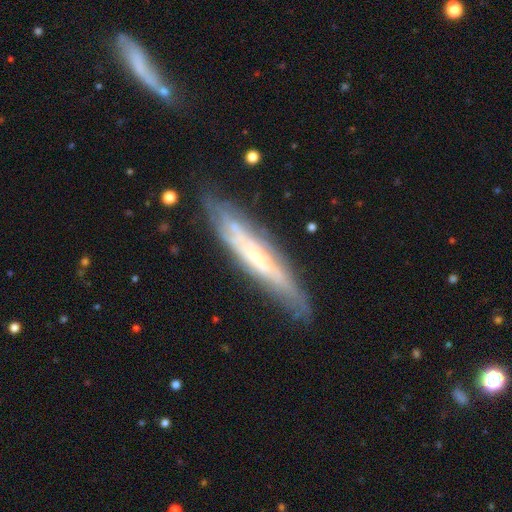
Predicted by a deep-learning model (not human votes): Smooth or featured?
  - featured or disk: 69% *
  - smooth: 24%
  - star or artifact: 6%
Edge-on disk?
  - yes: 62% *
  - no: 38%
Merging?
  - none: 78% *
  - minor disturbance: 16%
  - major disturbance: 4%
  - merger: 2%